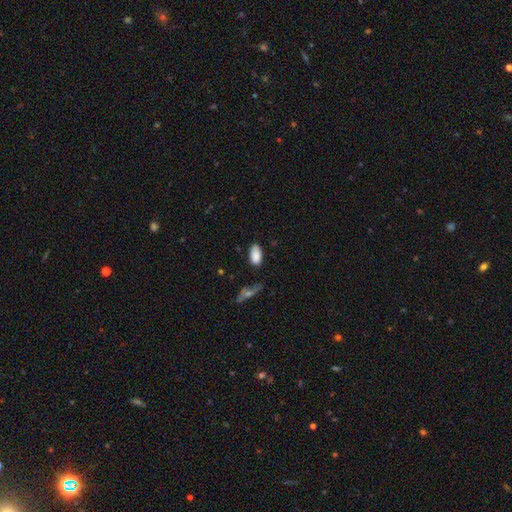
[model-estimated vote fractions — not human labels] Smooth or featured?
  - smooth: 87% *
  - star or artifact: 7%
  - featured or disk: 6%
How rounded?
  - in between: 94% *
  - cigar-shaped: 4%
  - round: 3%
Merging?
  - none: 77% *
  - minor disturbance: 18%
  - major disturbance: 3%
  - merger: 2%